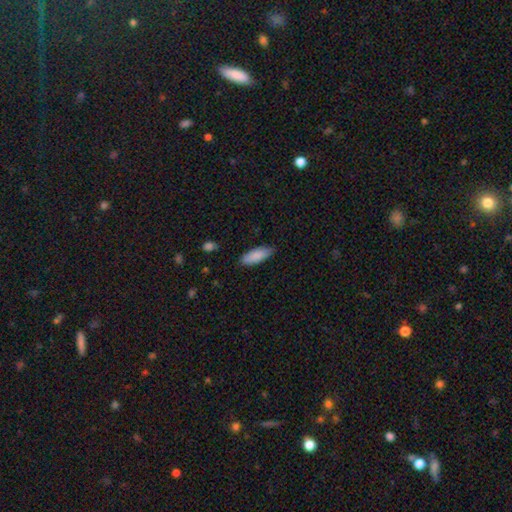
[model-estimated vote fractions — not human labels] A smooth galaxy with no disk features (88%) that is in between round and cigar-shaped (71%).

Vote fractions:
- Smooth or featured? smooth: 88% / featured or disk: 6% / star or artifact: 6%
- How rounded? in between: 71% / cigar-shaped: 27% / round: 2%
- Merging? none: 84% / minor disturbance: 13% / major disturbance: 2% / merger: 1%